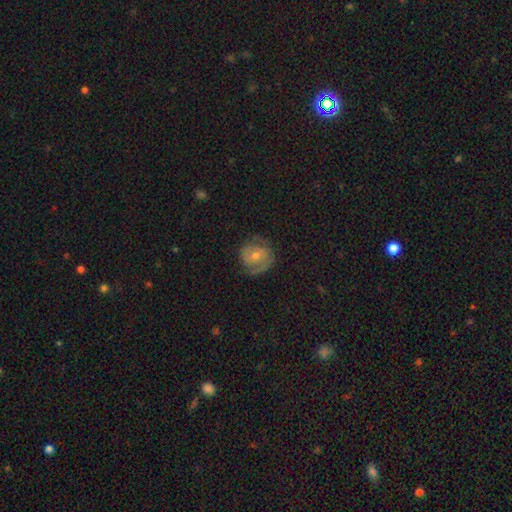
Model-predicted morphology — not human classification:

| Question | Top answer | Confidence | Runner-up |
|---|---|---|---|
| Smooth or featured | featured or disk | 63% | smooth (28%) |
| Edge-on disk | no | 97% | yes (3%) |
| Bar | no | 64% | weak (29%) |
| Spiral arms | yes | 84% | no (16%) |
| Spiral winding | tight | 50% | medium (37%) |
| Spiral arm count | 2 | 62% | can't tell (19%) |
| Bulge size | moderate | 49% | small (46%) |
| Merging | none | 73% | minor disturbance (17%) |